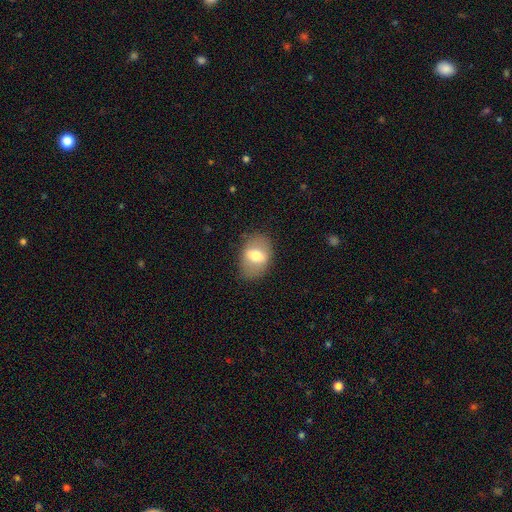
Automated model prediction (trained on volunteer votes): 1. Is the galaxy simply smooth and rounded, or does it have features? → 61% smooth, 32% featured or disk, 8% star or artifact.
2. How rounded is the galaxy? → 78% in between, 20% round, 2% cigar-shaped.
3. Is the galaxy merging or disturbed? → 81% none, 13% minor disturbance, 5% major disturbance, 1% merger.